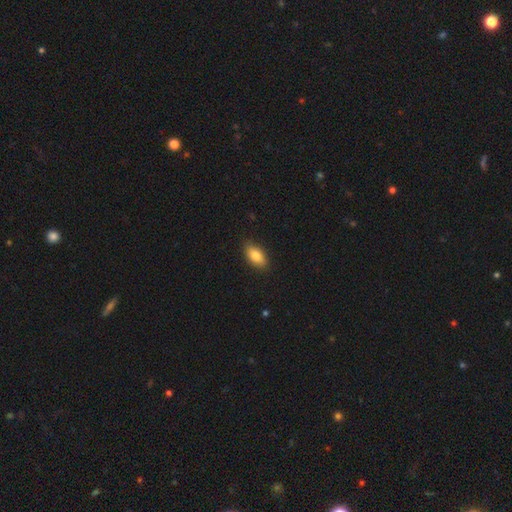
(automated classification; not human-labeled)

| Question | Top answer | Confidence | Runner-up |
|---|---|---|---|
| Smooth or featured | smooth | 82% | featured or disk (11%) |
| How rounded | in between | 89% | cigar-shaped (6%) |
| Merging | none | 86% | minor disturbance (11%) |